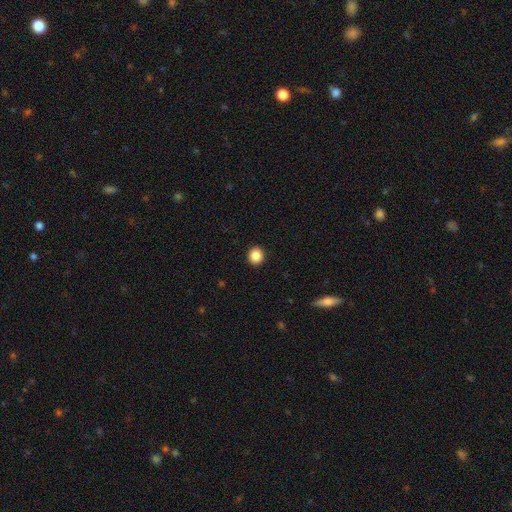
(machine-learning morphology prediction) smooth_or_featured: smooth (p=0.87) [alt: star or artifact p=0.10]
how_rounded: round (p=0.86) [alt: in between p=0.13]
merging: none (p=0.93) [alt: minor disturbance p=0.05]